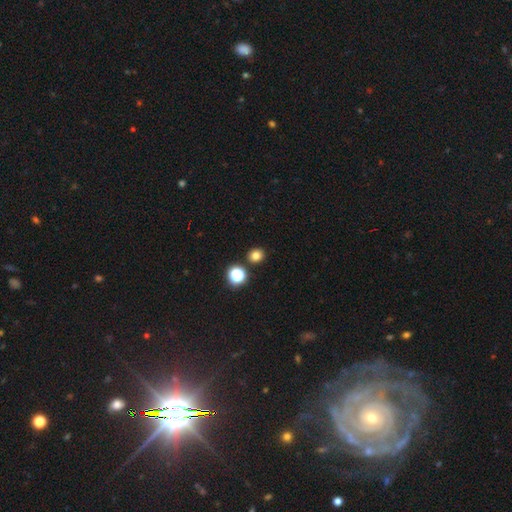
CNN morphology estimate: smooth 78%, star or artifact 17%, featured or disk 5%. Down the decision tree: how rounded — round (81%); merging — none (87%).